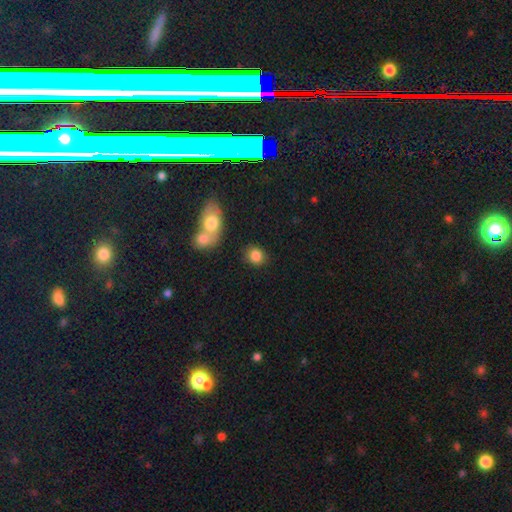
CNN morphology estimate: Smooth or featured: smooth — 84% (star or artifact — 9%)
How rounded: round — 69% (in between — 30%)
Merging: none — 75% (minor disturbance — 11%)